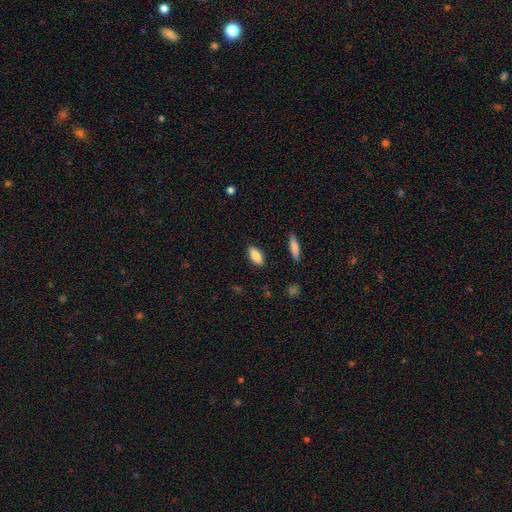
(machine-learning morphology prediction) Smooth or featured? smooth (86%)
How rounded? in between (82%)
Merging? none (86%)